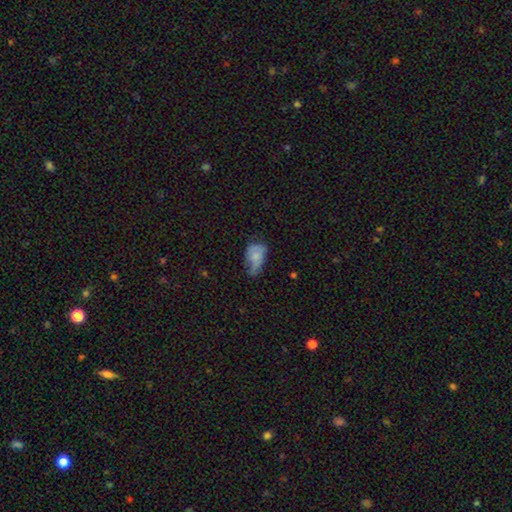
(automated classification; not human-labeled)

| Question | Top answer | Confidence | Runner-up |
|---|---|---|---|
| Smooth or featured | smooth | 66% | featured or disk (25%) |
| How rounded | in between | 87% | round (10%) |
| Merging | minor disturbance | 39% | major disturbance (33%) |